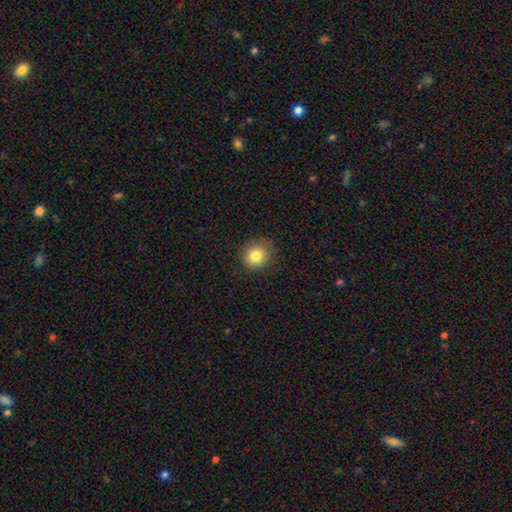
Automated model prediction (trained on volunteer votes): Smooth or featured?
  - smooth: 82% *
  - star or artifact: 11%
  - featured or disk: 8%
How rounded?
  - round: 85% *
  - in between: 14%
  - cigar-shaped: 1%
Merging?
  - none: 86% *
  - minor disturbance: 10%
  - major disturbance: 3%
  - merger: 1%